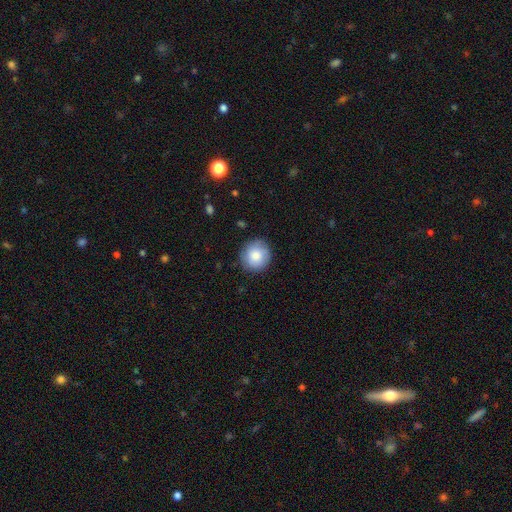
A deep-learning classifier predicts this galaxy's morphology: A smooth galaxy with no disk features (82%) that is round (91%). Merging: none (85%).